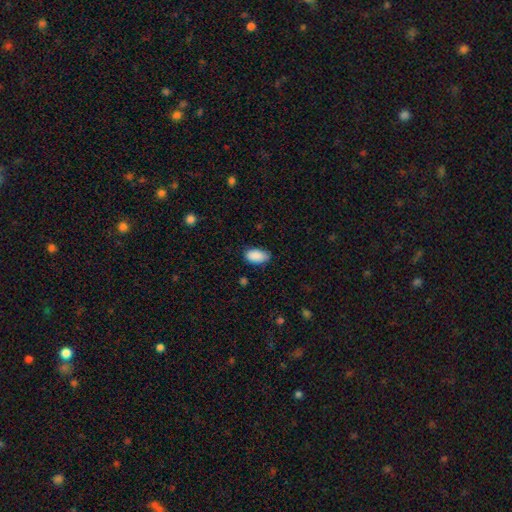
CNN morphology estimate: This appears to be a smooth galaxy with no disk features (90%) that is in between round and cigar-shaped (94%). Merging: none (76%).